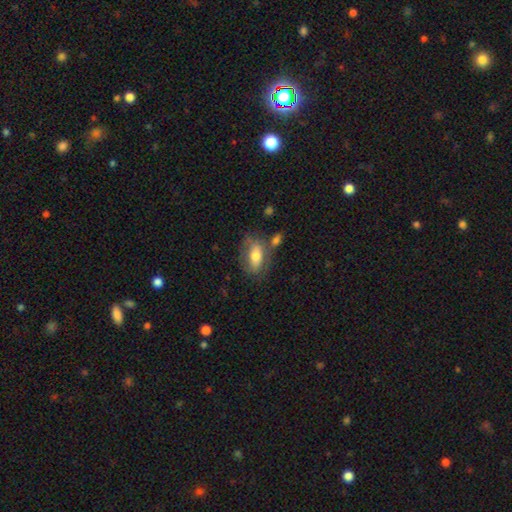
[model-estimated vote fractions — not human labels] smooth_or_featured: smooth (p=0.65) [alt: featured or disk p=0.29]
how_rounded: in between (p=0.85) [alt: cigar-shaped p=0.08]
merging: none (p=0.58) [alt: minor disturbance p=0.20]